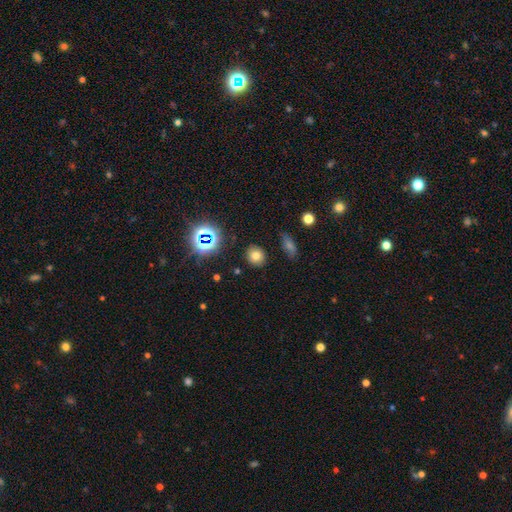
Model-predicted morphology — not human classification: Smooth or featured: smooth — 72% (star or artifact — 20%)
How rounded: round — 73% (in between — 26%)
Merging: none — 86% (minor disturbance — 9%)